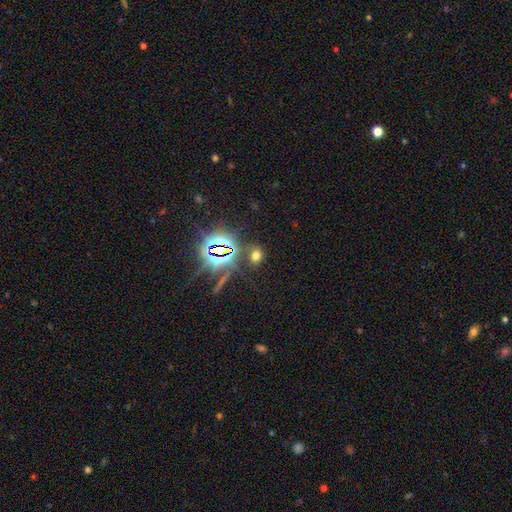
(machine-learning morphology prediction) The model was most divided on "smooth or featured": smooth: 50%, star or artifact: 41%, featured or disk: 9%. More confident: merging — none (78%); how rounded — in between (54%).